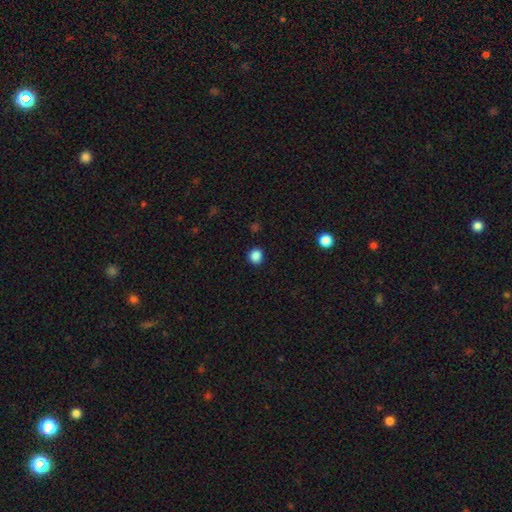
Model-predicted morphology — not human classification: type=smooth (87%); roundness=round (85%); merging=none (90%).